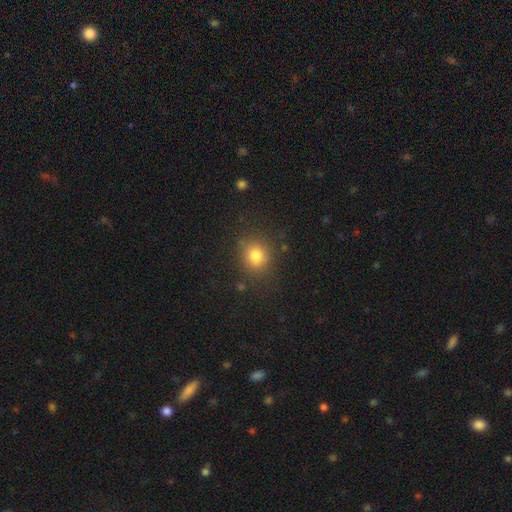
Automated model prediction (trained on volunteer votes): This is likely a smooth galaxy (79%). How rounded: clearly round (80%). Merging: clearly none (82%).